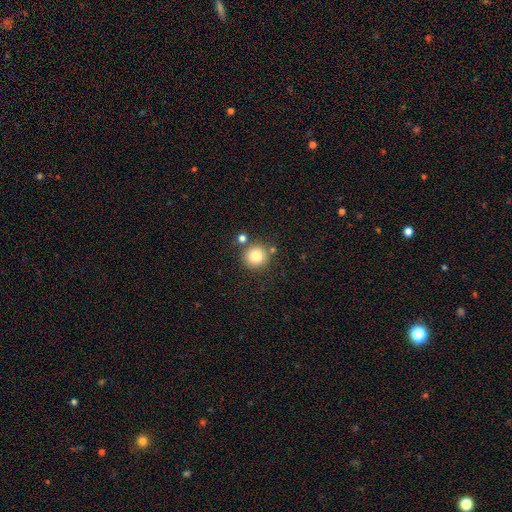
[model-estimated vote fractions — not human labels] Morphology: type=smooth (83%); roundness=round (92%); merging=none (78%).